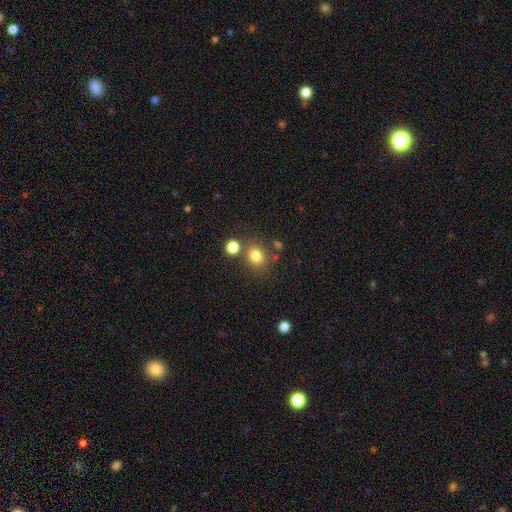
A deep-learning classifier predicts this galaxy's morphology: The model was most divided on "how rounded": round: 74%, in between: 25%, cigar-shaped: 1%. More confident: smooth or featured — smooth (79%); merging — none (71%).